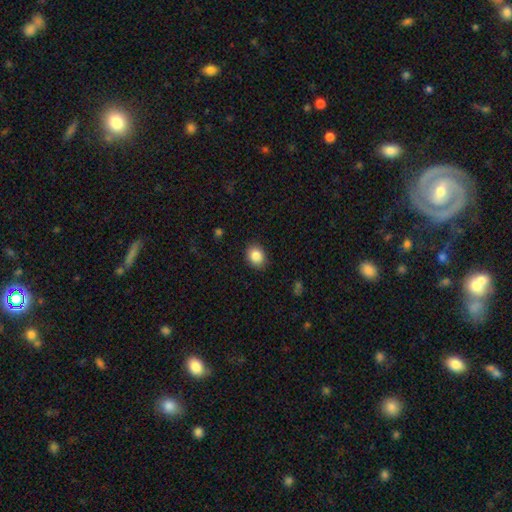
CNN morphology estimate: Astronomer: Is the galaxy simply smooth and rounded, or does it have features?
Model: smooth — 86%.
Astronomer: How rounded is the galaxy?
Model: in between — 51% (runner-up: round, 48%).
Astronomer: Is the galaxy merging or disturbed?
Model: none — 89%.